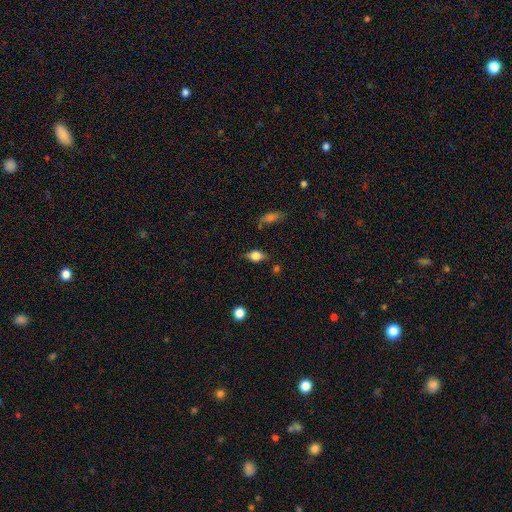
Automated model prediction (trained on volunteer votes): This appears to be a smooth galaxy with no disk features (68%) that is in between round and cigar-shaped (72%). Merging: none (71%).